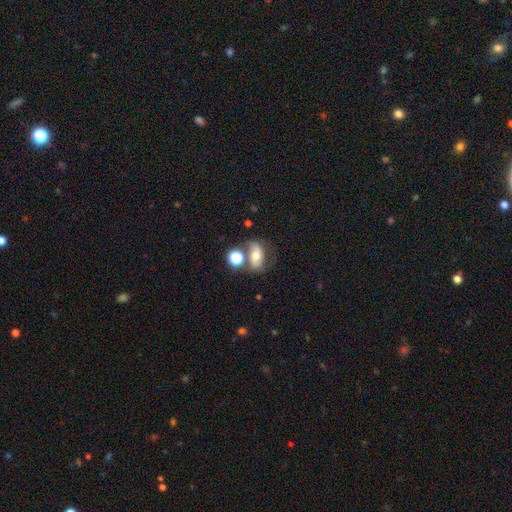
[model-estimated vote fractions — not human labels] A featured or disk galaxy (45%).

Vote fractions:
- Smooth or featured? featured or disk: 45% / smooth: 42% / star or artifact: 12%
- Merging? none: 45% / merger: 25% / minor disturbance: 17% / major disturbance: 12%